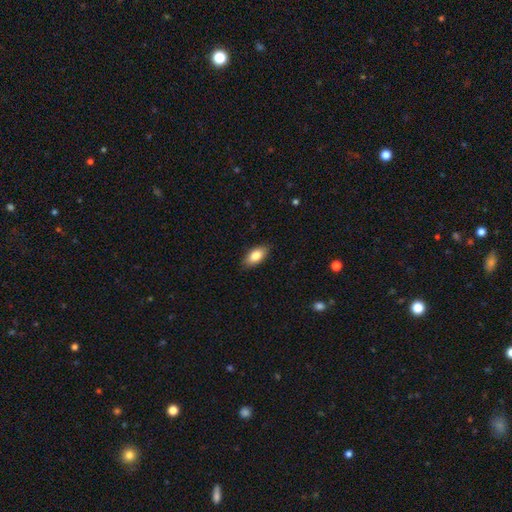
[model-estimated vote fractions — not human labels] A smooth galaxy with no disk features (83%) that is in between round and cigar-shaped (90%). Merging: none (87%).